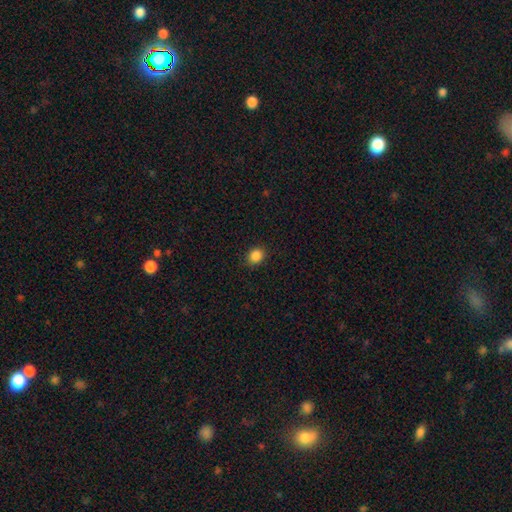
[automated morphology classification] type=smooth (86%); roundness=round (66%); merging=none (88%).